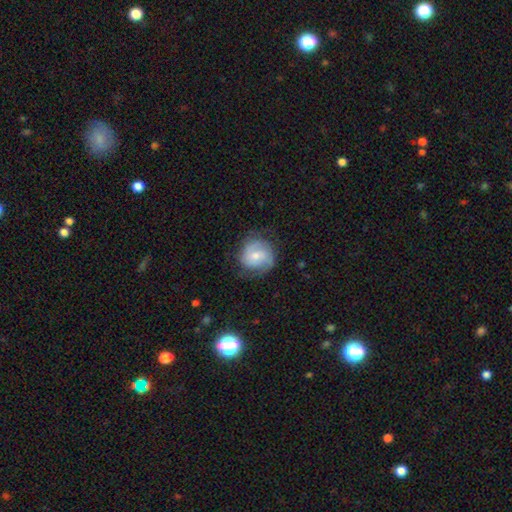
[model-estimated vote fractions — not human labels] Q: Smooth or featured?
A: featured or disk (58%); runner-up: smooth (35%)
Q: Edge-on disk?
A: no (98%); runner-up: yes (2%)
Q: Bar?
A: no (45%); tied with: weak (45%)
Q: Spiral arms?
A: yes (87%); runner-up: no (13%)
Q: Bulge size?
A: small (49%); runner-up: moderate (43%)
Q: Merging?
A: none (67%); runner-up: minor disturbance (22%)